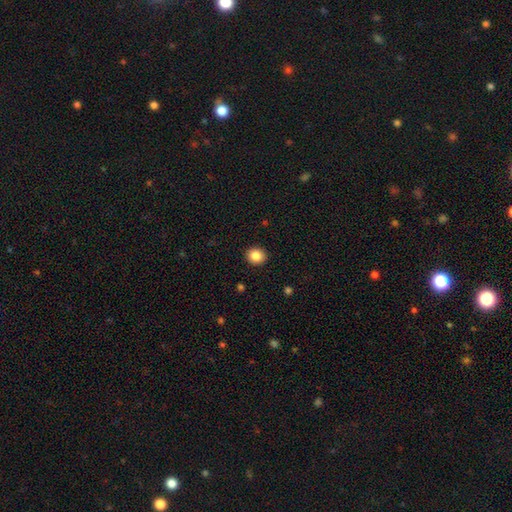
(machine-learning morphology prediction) A smooth galaxy with no disk features (86%) that is round (78%). Merging: none (91%).